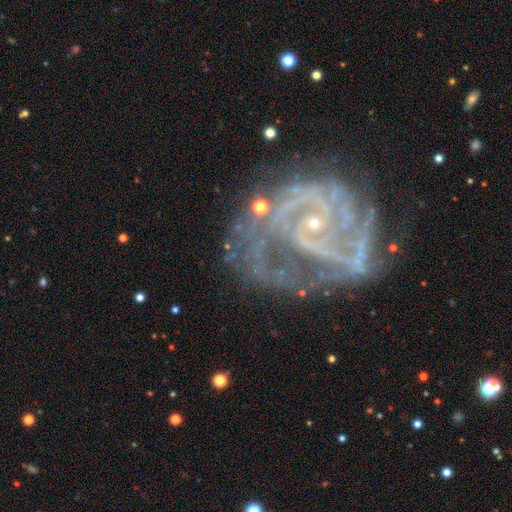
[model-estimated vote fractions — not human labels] Overall: featured or disk (86%). Edge-on disk: no (98%). Bar: no (50%; weak 35%). Spiral arms: yes (93%). Spiral arm count: 2 (31%; can't tell 25%). Spiral winding: tight (50%; medium 39%). Bulge size: small (83%). Merging: none (51%; major disturbance 23%).